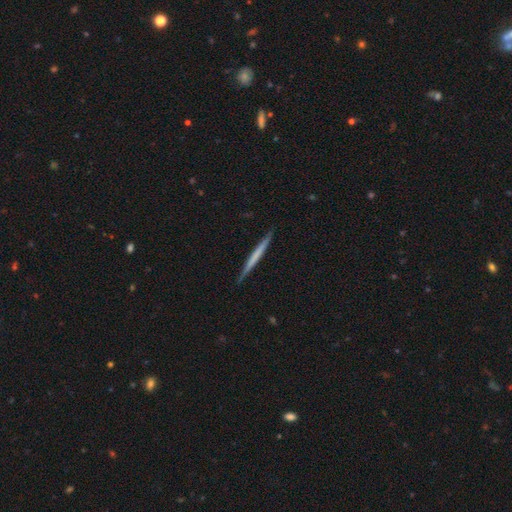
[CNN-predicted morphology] Smooth or featured: smooth — 48% (featured or disk — 47%)
Merging: none — 90% (minor disturbance — 7%)